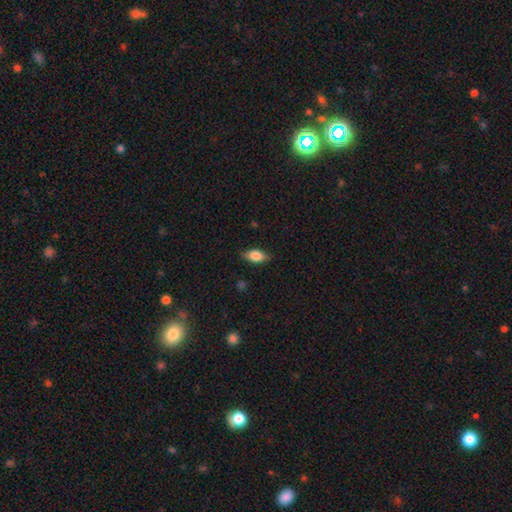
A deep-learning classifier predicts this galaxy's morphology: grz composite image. It shows a smooth galaxy with no disk features (77%) that is in between round and cigar-shaped (86%). Merging: none (83%).